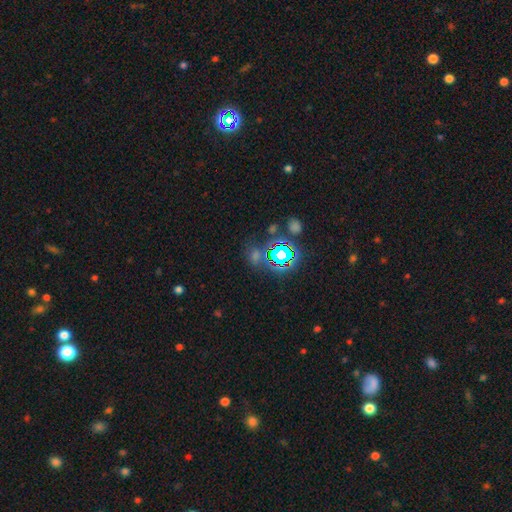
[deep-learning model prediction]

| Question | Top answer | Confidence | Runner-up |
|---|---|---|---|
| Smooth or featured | star or artifact | 70% | smooth (21%) |